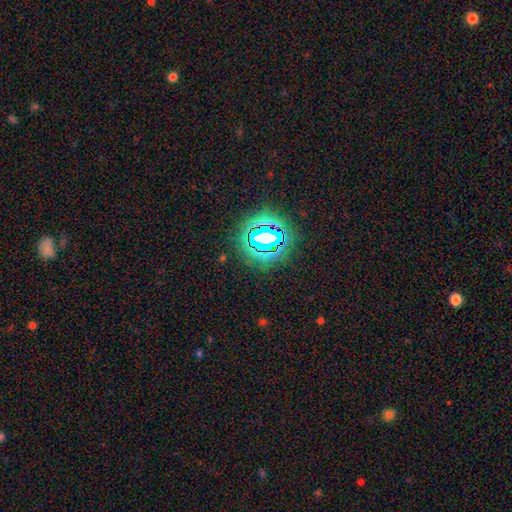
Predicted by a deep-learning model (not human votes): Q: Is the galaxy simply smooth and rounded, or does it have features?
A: star or artifact — 79%.